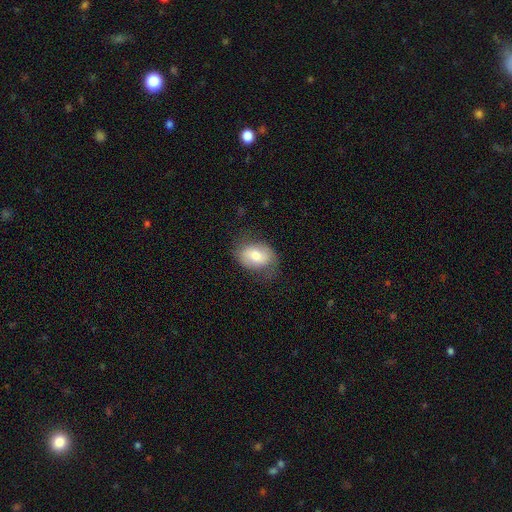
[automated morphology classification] Smooth or featured: smooth — 68% (featured or disk — 25%)
How rounded: in between — 75% (round — 24%)
Merging: none — 67% (minor disturbance — 23%)